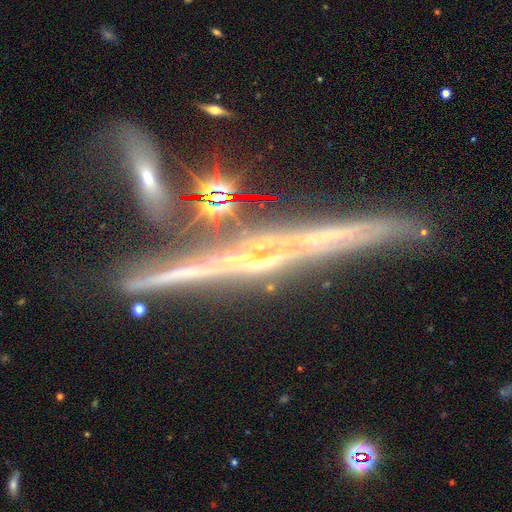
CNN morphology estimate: smooth_or_featured: featured or disk (p=0.87) [alt: star or artifact p=0.07]
disk_edge_on: yes (p=0.97) [alt: no p=0.03]
edge_on_bulge: rounded (p=0.62) [alt: none p=0.27]
merging: none (p=0.68) [alt: merger p=0.14]